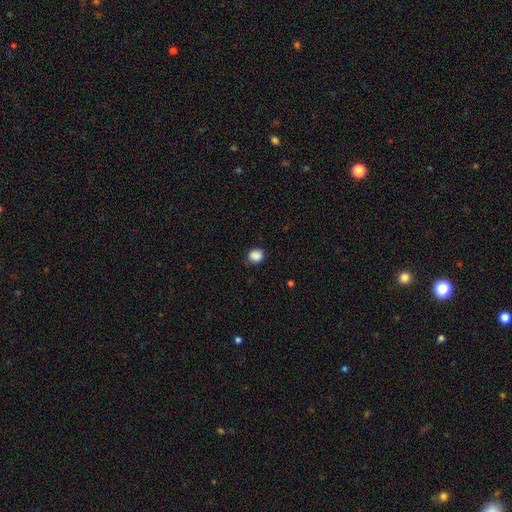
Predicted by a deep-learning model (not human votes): smooth-or-featured: smooth: 88% | star or artifact: 10% | featured or disk: 3%
  how-rounded: round: 82% | in between: 17% | cigar-shaped: 1%
  merging: none: 86% | minor disturbance: 10% | major disturbance: 3% | merger: 1%